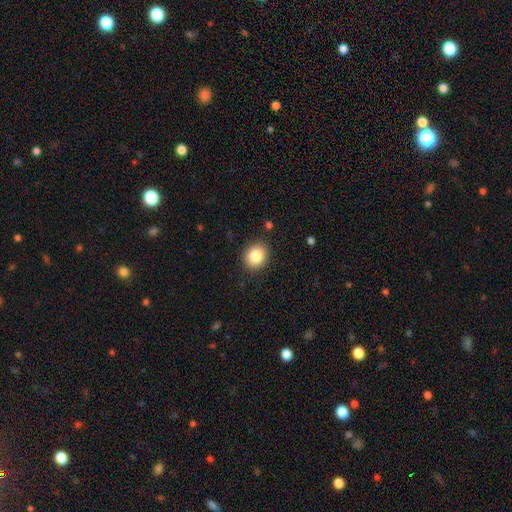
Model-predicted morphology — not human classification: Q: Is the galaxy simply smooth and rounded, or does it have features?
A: smooth — 84%.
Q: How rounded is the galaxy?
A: round — 68%.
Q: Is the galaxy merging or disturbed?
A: none — 89%.